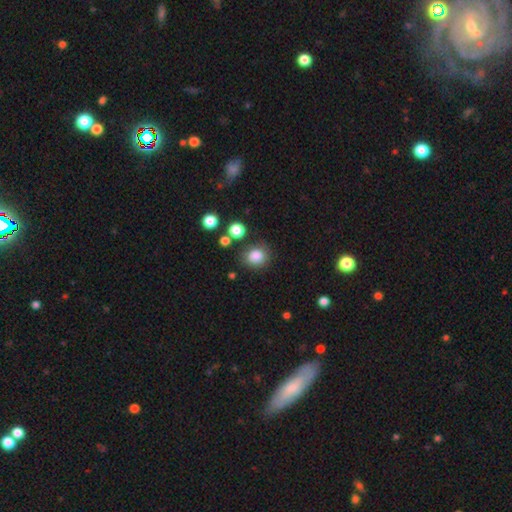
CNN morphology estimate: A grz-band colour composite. It shows a smooth galaxy with no disk features (85%) that is round (73%). Merging: none (79%).